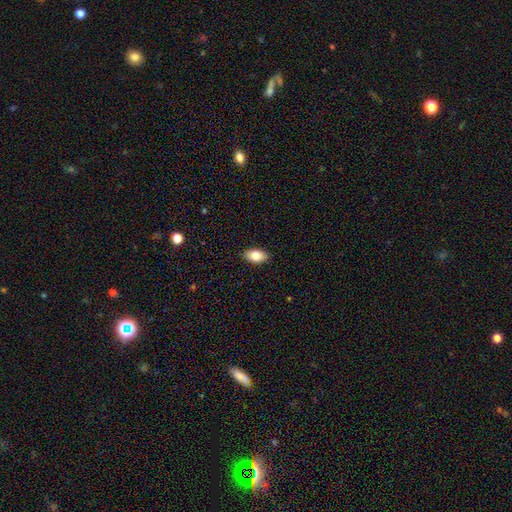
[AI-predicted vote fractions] Q: Smooth or featured?
A: smooth (81%); runner-up: featured or disk (12%)
Q: How rounded?
A: in between (92%); runner-up: round (6%)
Q: Merging?
A: none (89%); runner-up: minor disturbance (8%)